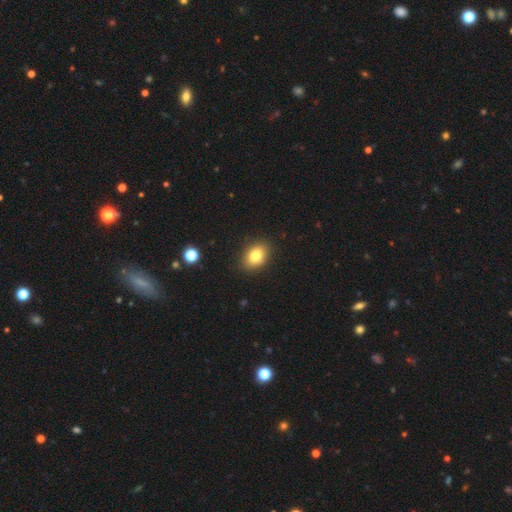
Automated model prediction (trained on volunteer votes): This is clearly a smooth galaxy (80%). How rounded: likely in between (77%). Merging: clearly none (88%).